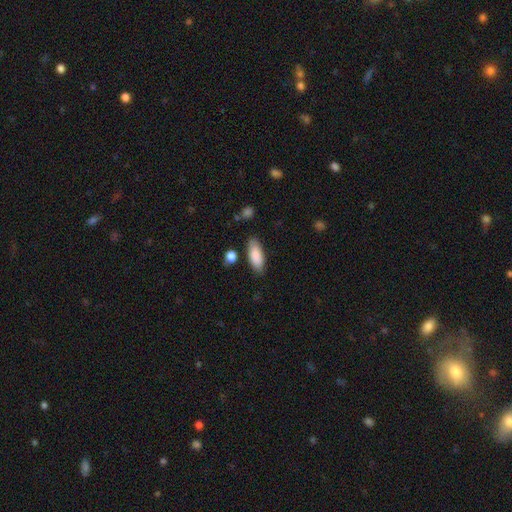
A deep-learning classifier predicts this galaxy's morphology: Smooth or featured? smooth (88%)
How rounded? in between (75%)
Merging? none (83%)